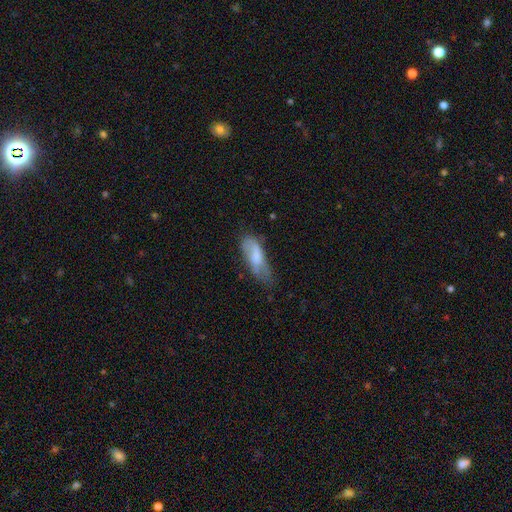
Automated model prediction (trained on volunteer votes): Smooth or featured? Predicted: smooth (p=0.62). How rounded? Predicted: in between (p=0.70). Merging? Predicted: none (p=0.40).